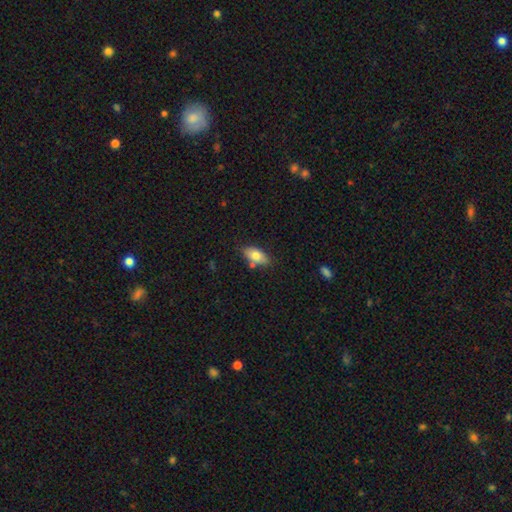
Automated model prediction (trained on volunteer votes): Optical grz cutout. It shows a smooth galaxy with no disk features (77%) that is in between round and cigar-shaped (90%). Merging: none (74%).